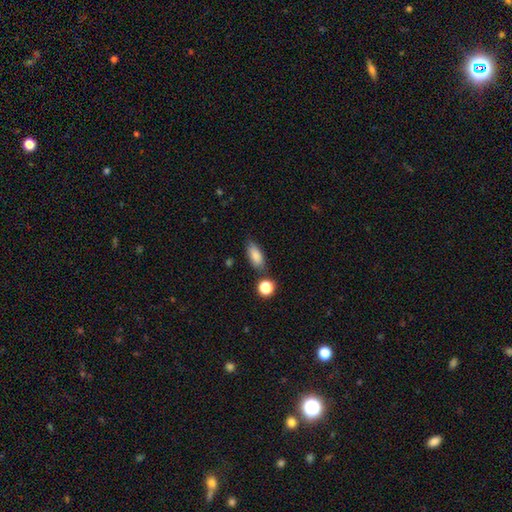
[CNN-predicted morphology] Smooth or featured: smooth — 84% (star or artifact — 9%)
How rounded: in between — 82% (cigar-shaped — 14%)
Merging: none — 74% (minor disturbance — 16%)